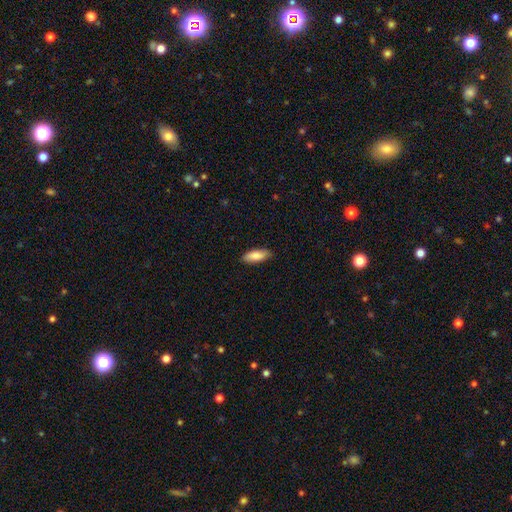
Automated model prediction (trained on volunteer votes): The model was most divided on "how rounded": in between: 70%, cigar-shaped: 29%, round: 2%. More confident: merging — none (86%); smooth or featured — smooth (85%).